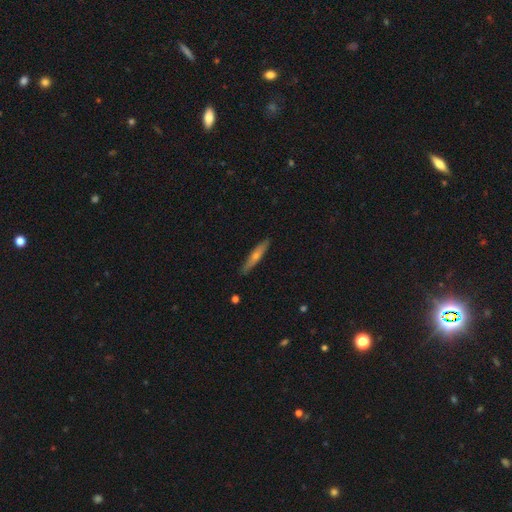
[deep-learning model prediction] Smooth or featured? featured or disk (51%)
Edge-on disk? yes (91%)
Merging? none (90%)